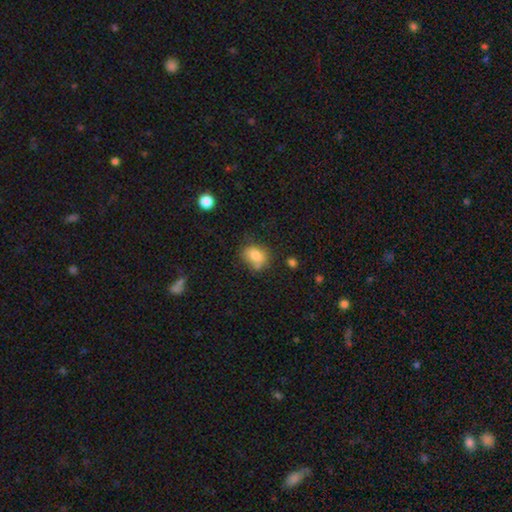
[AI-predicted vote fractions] Smooth or featured: smooth — 81% (featured or disk — 9%)
How rounded: in between — 69% (round — 30%)
Merging: none — 54% (minor disturbance — 25%)